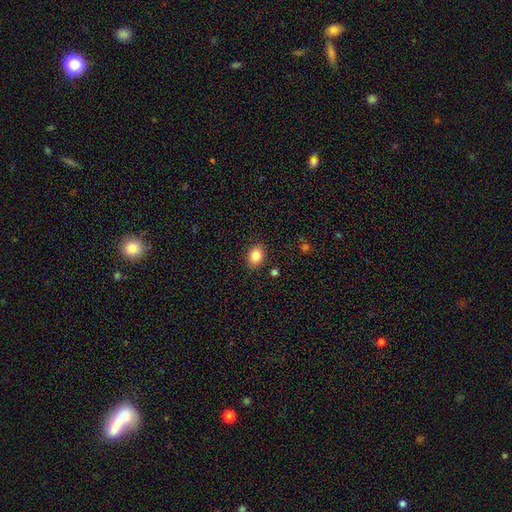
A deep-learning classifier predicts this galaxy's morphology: Q: Smooth or featured?
A: smooth (84%); runner-up: star or artifact (9%)
Q: How rounded?
A: in between (68%); runner-up: round (31%)
Q: Merging?
A: none (86%); runner-up: minor disturbance (10%)